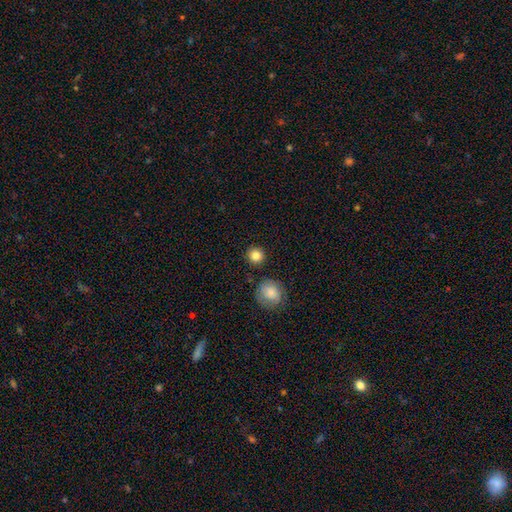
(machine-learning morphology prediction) Smooth or featured: smooth — 85% (star or artifact — 9%)
How rounded: round — 94% (in between — 5%)
Merging: none — 87% (minor disturbance — 7%)